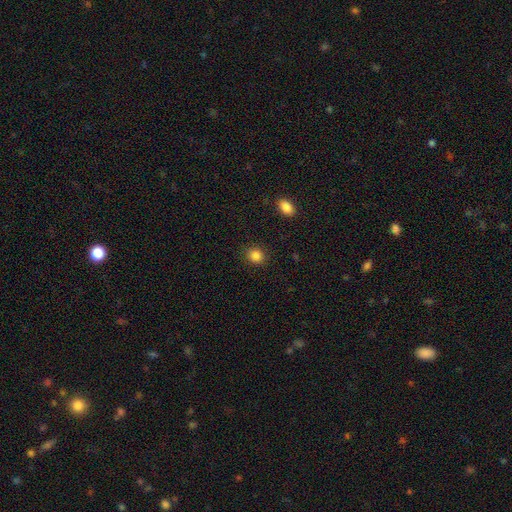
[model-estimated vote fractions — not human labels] This is clearly a smooth galaxy (85%). How rounded: likely round (74%). Merging: clearly none (89%).